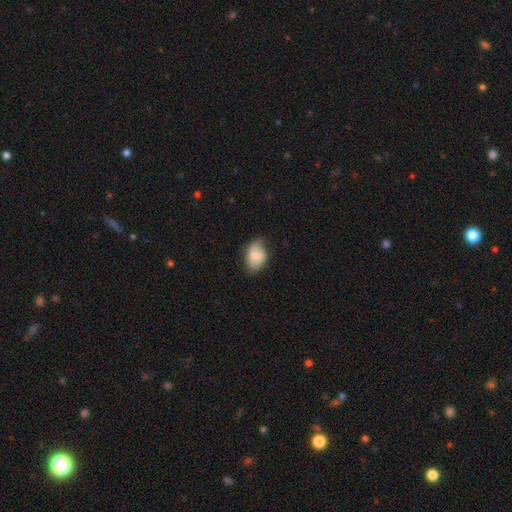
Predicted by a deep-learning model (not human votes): smooth_or_featured: smooth (p=0.69) [alt: featured or disk p=0.24]
how_rounded: in between (p=0.83) [alt: round p=0.16]
merging: none (p=0.61) [alt: minor disturbance p=0.31]